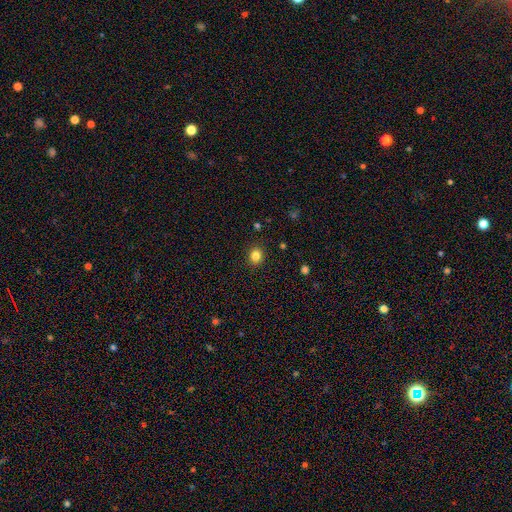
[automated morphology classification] A smooth galaxy with no disk features (83%) that is round (70%). Merging: none (90%).